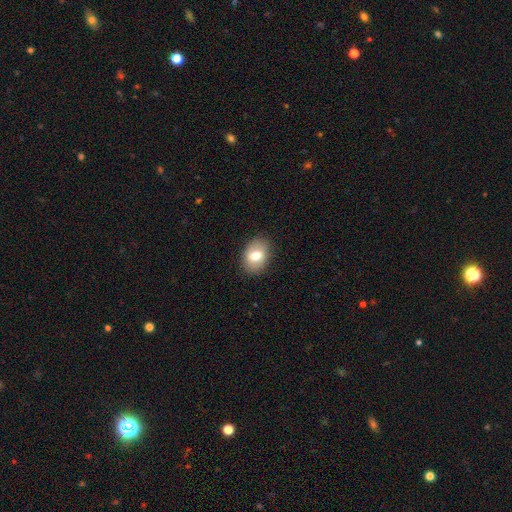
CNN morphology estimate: smooth 72%, featured or disk 20%, star or artifact 8%. Down the decision tree: how rounded — in between (72%); merging — none (86%).